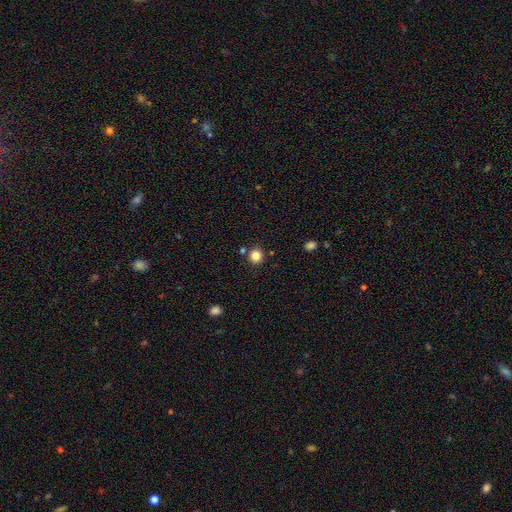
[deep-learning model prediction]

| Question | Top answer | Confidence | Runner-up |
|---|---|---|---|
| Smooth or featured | smooth | 83% | star or artifact (12%) |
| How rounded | round | 89% | in between (10%) |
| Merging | none | 84% | minor disturbance (7%) |